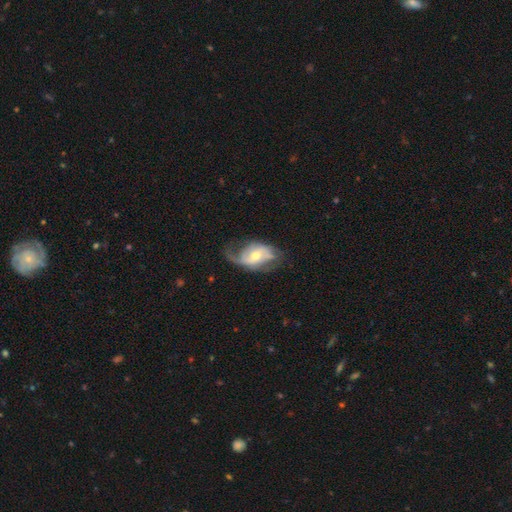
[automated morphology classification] Q: Smooth or featured?
A: featured or disk (71%); runner-up: smooth (23%)
Q: Edge-on disk?
A: no (95%); runner-up: yes (5%)
Q: Bar?
A: no (54%); runner-up: weak (34%)
Q: Spiral arms?
A: yes (84%); runner-up: no (16%)
Q: Spiral winding?
A: loose (52%); runner-up: medium (33%)
Q: Spiral arm count?
A: 2 (60%); runner-up: 1 (24%)
Q: Bulge size?
A: moderate (60%); runner-up: small (34%)
Q: Merging?
A: none (44%); runner-up: major disturbance (27%)